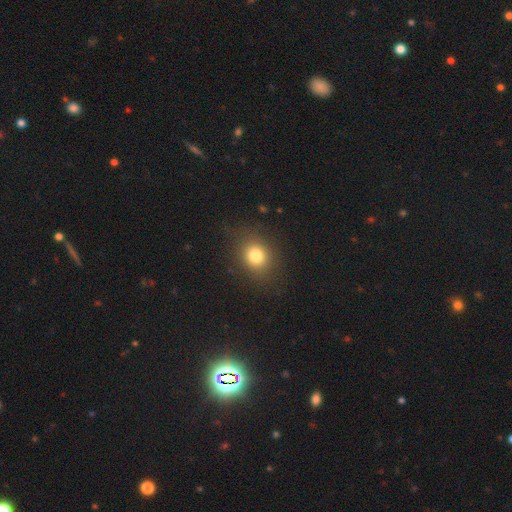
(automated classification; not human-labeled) smooth 79%, star or artifact 13%, featured or disk 8%. Down the decision tree: how rounded — round (65%); merging — none (83%).